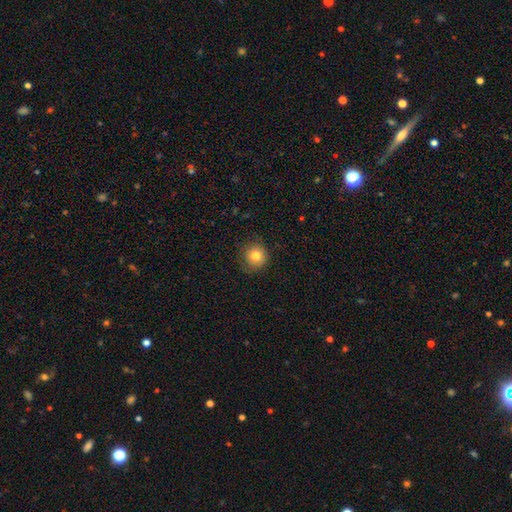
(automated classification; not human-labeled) Morphology: type=smooth (80%); roundness=round (92%); merging=none (83%).